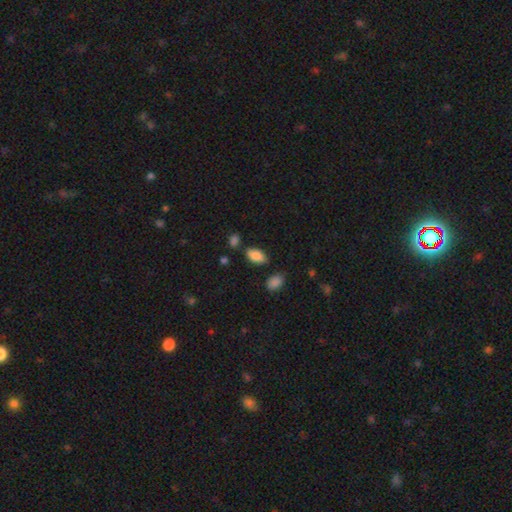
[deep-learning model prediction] Smooth or featured? Predicted: smooth (p=0.86). How rounded? Predicted: in between (p=0.93). Merging? Predicted: none (p=0.77).